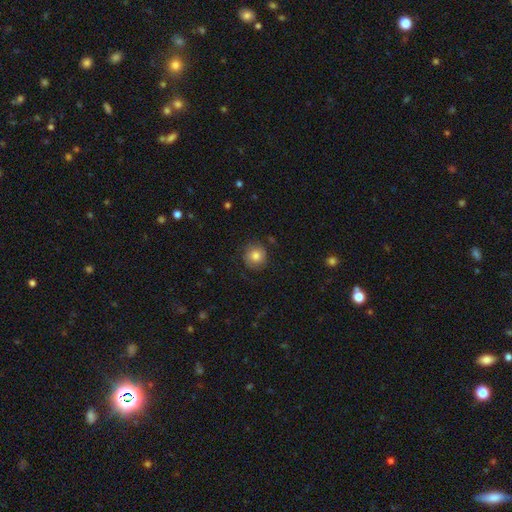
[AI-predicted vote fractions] smooth_or_featured: smooth (p=0.78) [alt: featured or disk p=0.13]
how_rounded: round (p=0.91) [alt: in between p=0.08]
merging: none (p=0.81) [alt: minor disturbance p=0.14]